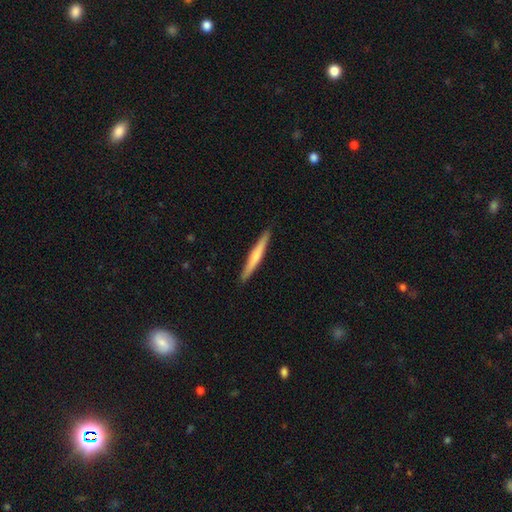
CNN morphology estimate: smooth-or-featured: smooth: 51% | featured or disk: 44% | star or artifact: 5%
  how-rounded: cigar-shaped: 96% | in between: 3% | round: 1%
  merging: none: 92% | minor disturbance: 6% | major disturbance: 1% | merger: 1%